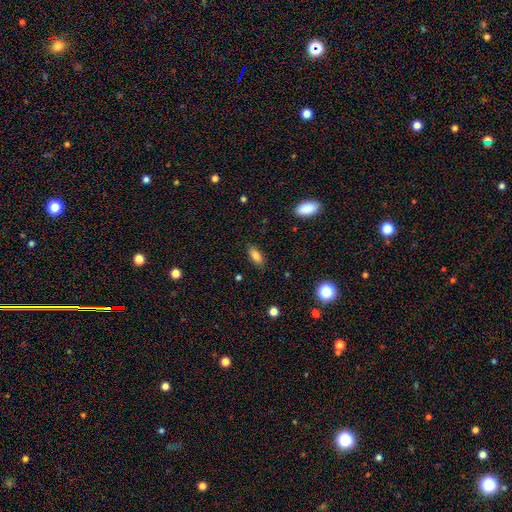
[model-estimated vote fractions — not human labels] This is clearly a smooth galaxy (83%). How rounded: clearly in between (84%). Merging: clearly none (85%).